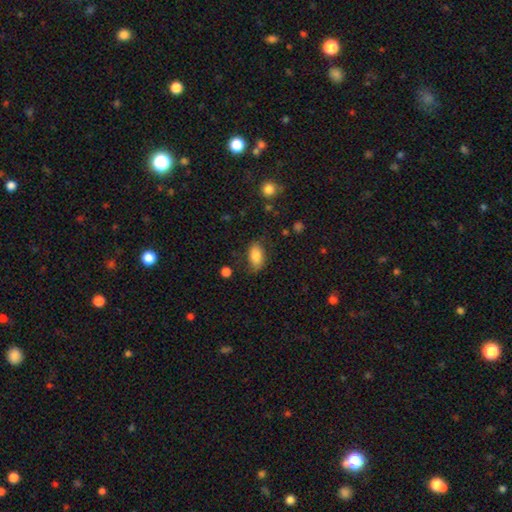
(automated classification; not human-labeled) This appears to be a smooth galaxy with no disk features (82%) that is in between round and cigar-shaped (91%). Merging: none (68%).